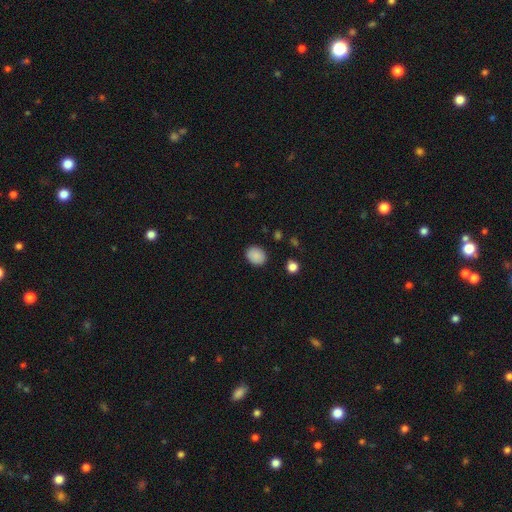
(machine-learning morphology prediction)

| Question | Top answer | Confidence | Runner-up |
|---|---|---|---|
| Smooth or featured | smooth | 88% | star or artifact (8%) |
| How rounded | round | 54% | in between (46%) |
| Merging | none | 87% | minor disturbance (9%) |